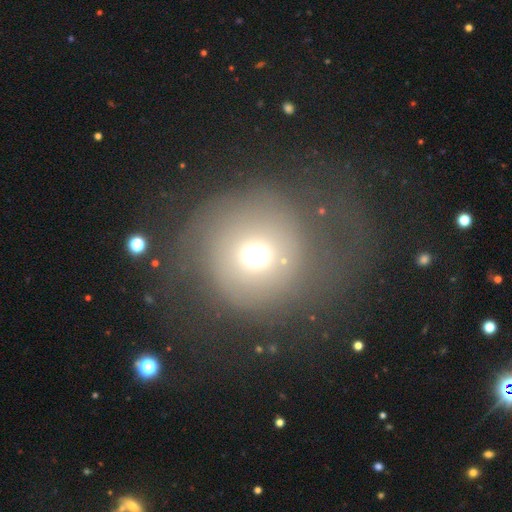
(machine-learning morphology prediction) A smooth galaxy with no disk features (62%) that is round (93%). Merging: none (55%).